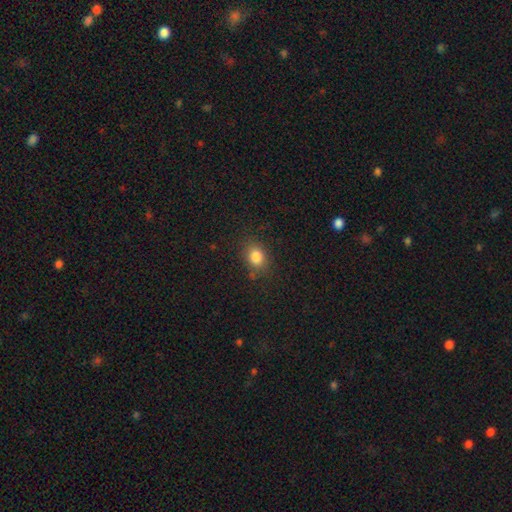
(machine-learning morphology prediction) Q: Smooth or featured?
A: smooth (83%); runner-up: star or artifact (11%)
Q: How rounded?
A: in between (53%); runner-up: round (46%)
Q: Merging?
A: none (79%); runner-up: minor disturbance (14%)